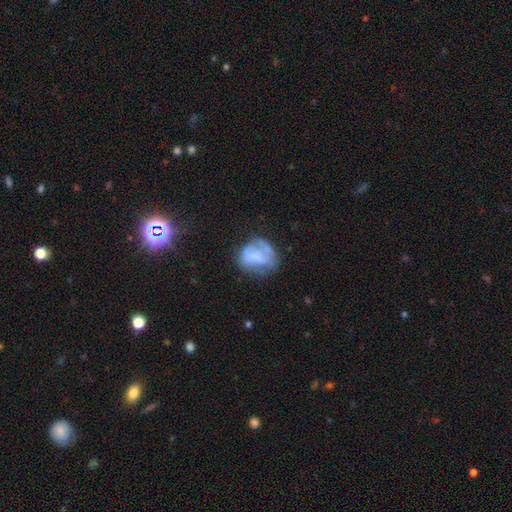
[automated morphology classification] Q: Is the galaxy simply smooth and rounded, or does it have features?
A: smooth — 48%.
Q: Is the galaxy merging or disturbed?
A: none — 42%.